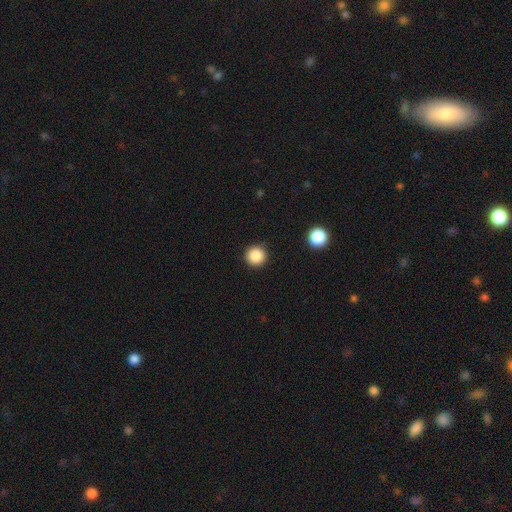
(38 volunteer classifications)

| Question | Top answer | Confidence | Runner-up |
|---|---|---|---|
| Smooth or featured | smooth | 95% | star or artifact (5%) |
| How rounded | round | 97% | in between (3%) |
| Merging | none | 89% | merger (6%) |